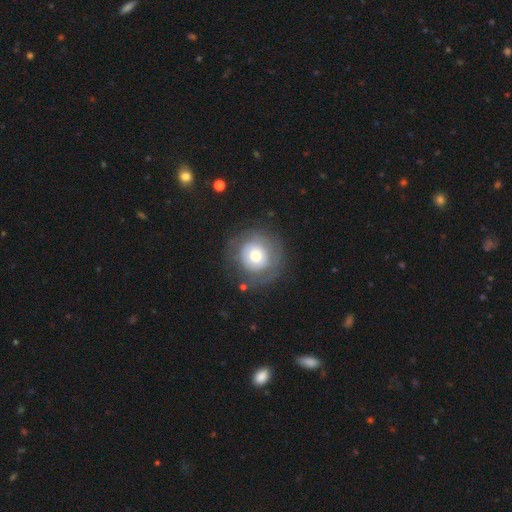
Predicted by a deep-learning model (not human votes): This appears to be a smooth galaxy with no disk features (54%) that is round (93%). Merging: none (72%).